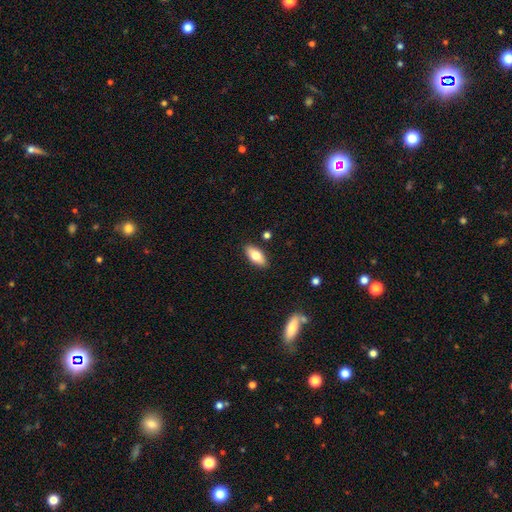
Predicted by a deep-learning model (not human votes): Smooth or featured: smooth — 73% (featured or disk — 20%)
How rounded: in between — 84% (cigar-shaped — 13%)
Merging: none — 87% (minor disturbance — 9%)